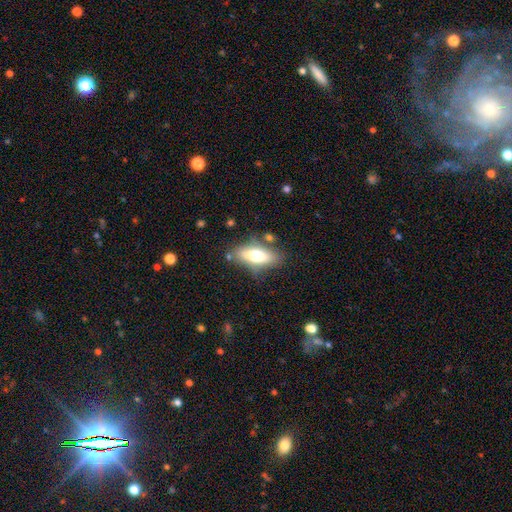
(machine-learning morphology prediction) A smooth galaxy with no disk features (62%) that is in between round and cigar-shaped (73%). Merging: none (73%).